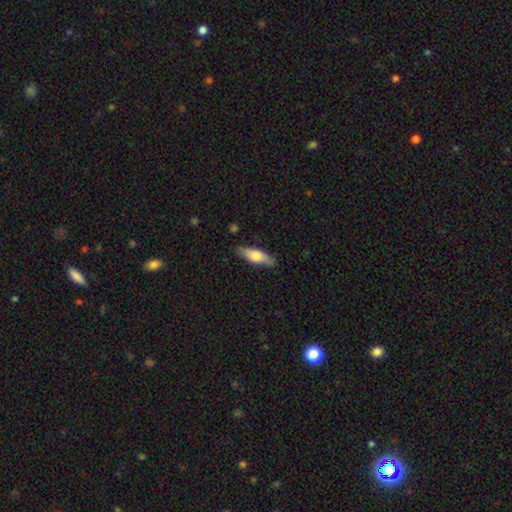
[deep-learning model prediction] Smooth or featured? smooth (66%)
How rounded? cigar-shaped (53%)
Merging? none (84%)